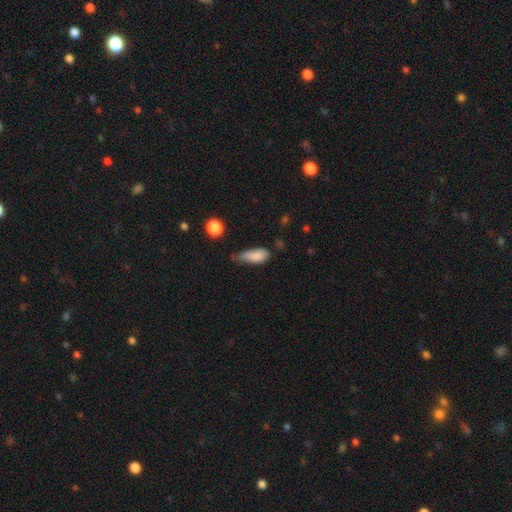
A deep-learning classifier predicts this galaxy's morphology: Smooth or featured?
  - smooth: 82% *
  - featured or disk: 9%
  - star or artifact: 9%
How rounded?
  - in between: 79% *
  - cigar-shaped: 18%
  - round: 3%
Merging?
  - minor disturbance: 49% *
  - none: 28%
  - major disturbance: 19%
  - merger: 4%